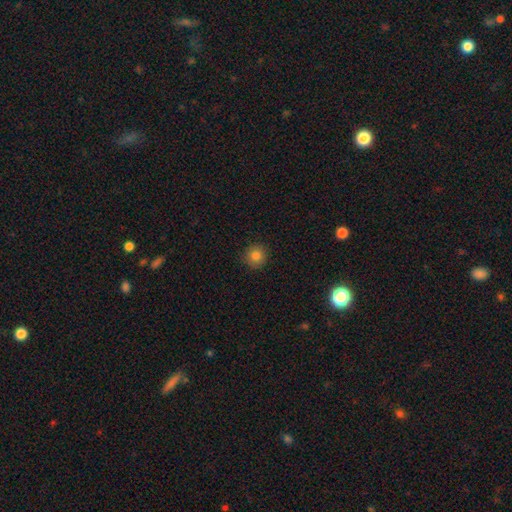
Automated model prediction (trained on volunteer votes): This is clearly a smooth galaxy (83%). How rounded: clearly round (93%). Merging: clearly none (91%).